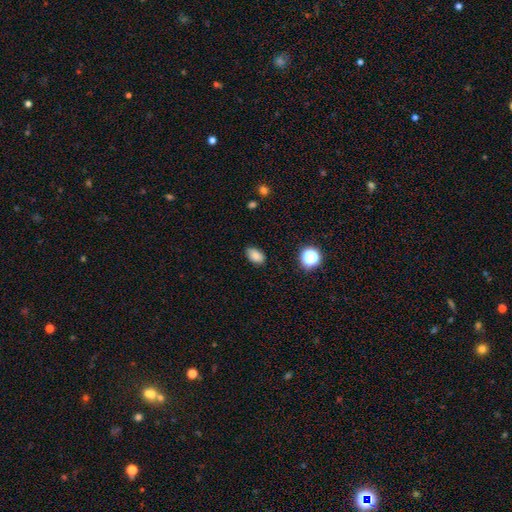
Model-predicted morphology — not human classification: A smooth galaxy with no disk features (84%) that is in between round and cigar-shaped (86%).

Vote fractions:
- Smooth or featured? smooth: 84% / star or artifact: 11% / featured or disk: 5%
- How rounded? in between: 86% / round: 12% / cigar-shaped: 1%
- Merging? none: 83% / minor disturbance: 13% / major disturbance: 3% / merger: 1%